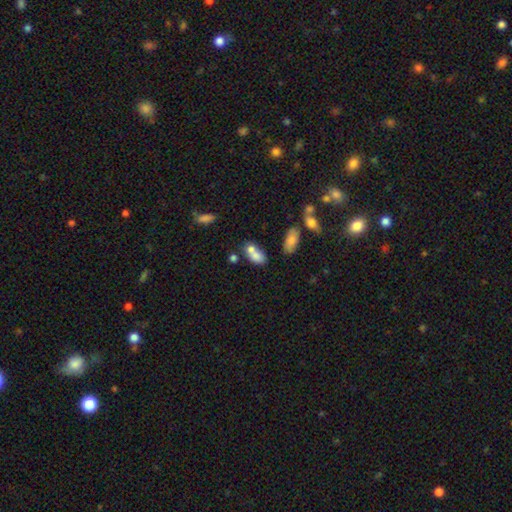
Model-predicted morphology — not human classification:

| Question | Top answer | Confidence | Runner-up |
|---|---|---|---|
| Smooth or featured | smooth | 74% | featured or disk (16%) |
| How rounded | in between | 80% | round (16%) |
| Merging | merger | 52% | none (29%) |